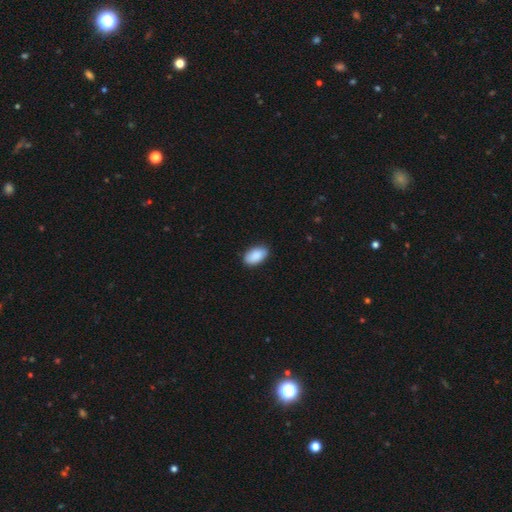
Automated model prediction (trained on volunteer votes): A smooth galaxy with no disk features (90%) that is in between round and cigar-shaped (95%).

Vote fractions:
- Smooth or featured? smooth: 90% / star or artifact: 6% / featured or disk: 4%
- How rounded? in between: 95% / round: 4% / cigar-shaped: 2%
- Merging? none: 87% / minor disturbance: 10% / major disturbance: 2% / merger: 1%